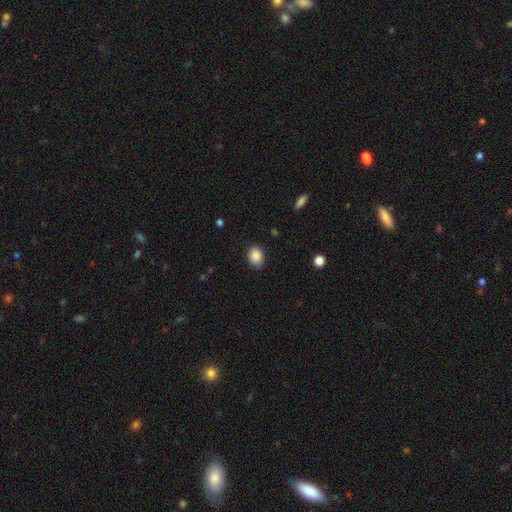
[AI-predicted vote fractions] smooth-or-featured: smooth: 88% | star or artifact: 8% | featured or disk: 4%
  how-rounded: in between: 64% | round: 36% | cigar-shaped: 1%
  merging: none: 81% | minor disturbance: 16% | major disturbance: 3% | merger: 1%